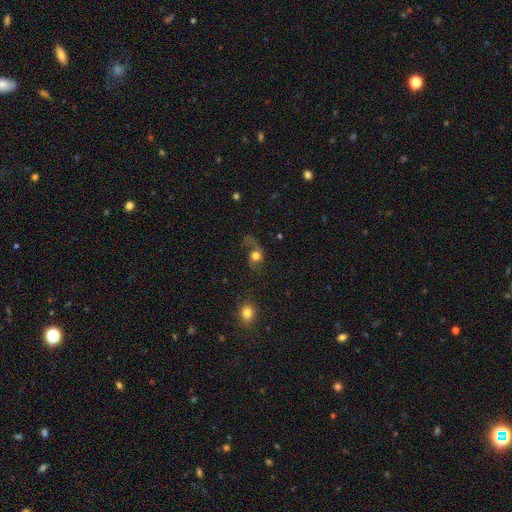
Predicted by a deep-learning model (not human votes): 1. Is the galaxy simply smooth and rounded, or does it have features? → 46% smooth, 43% featured or disk, 12% star or artifact.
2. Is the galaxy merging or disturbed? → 40% major disturbance, 37% none, 17% minor disturbance, 6% merger.